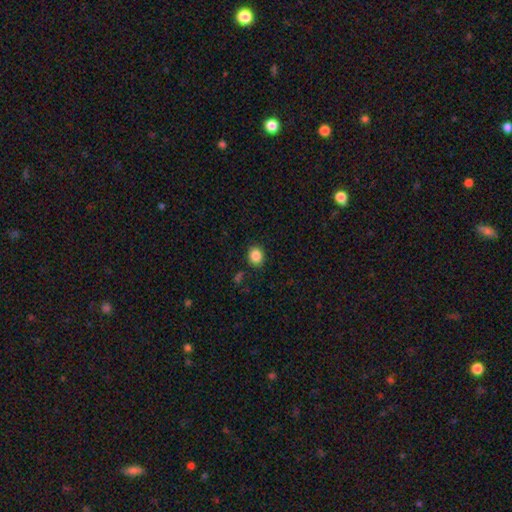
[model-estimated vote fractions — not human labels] Morphology: type=smooth (86%); roundness=round (62%); merging=none (87%).